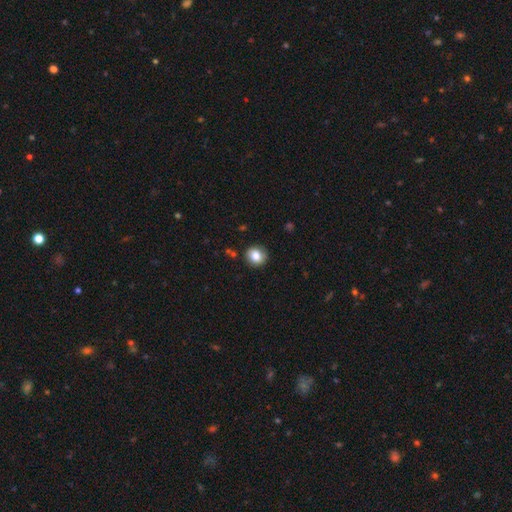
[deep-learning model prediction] Morphology: type=smooth (81%); roundness=round (84%); merging=none (88%).